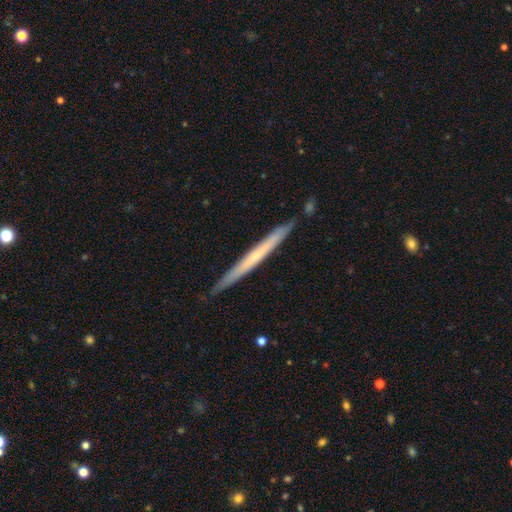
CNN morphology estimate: smooth-or-featured: featured or disk: 58% | smooth: 37% | star or artifact: 5%
  disk-edge-on: yes: 96% | no: 4%
    edge-on-bulge: none: 69% | rounded: 28% | boxy: 3%
  merging: none: 87% | minor disturbance: 9% | merger: 2% | major disturbance: 1%